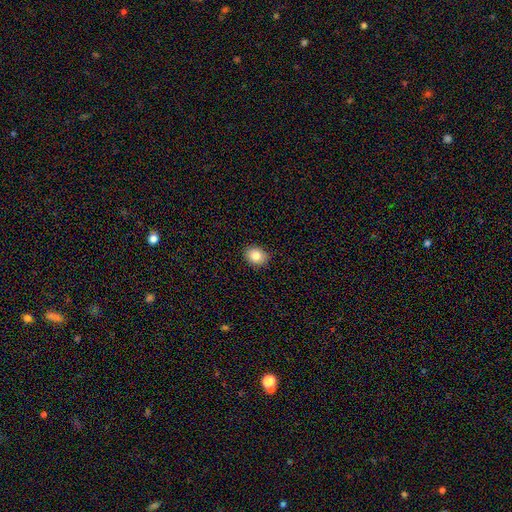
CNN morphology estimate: This appears to be a smooth galaxy with no disk features (83%) that is round (54%). Merging: none (88%).